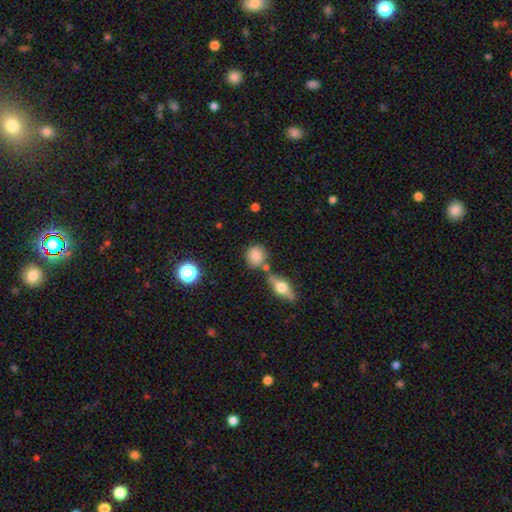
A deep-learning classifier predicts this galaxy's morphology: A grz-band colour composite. It shows a smooth galaxy with no disk features (79%) that is round (75%). Merging: none (70%).